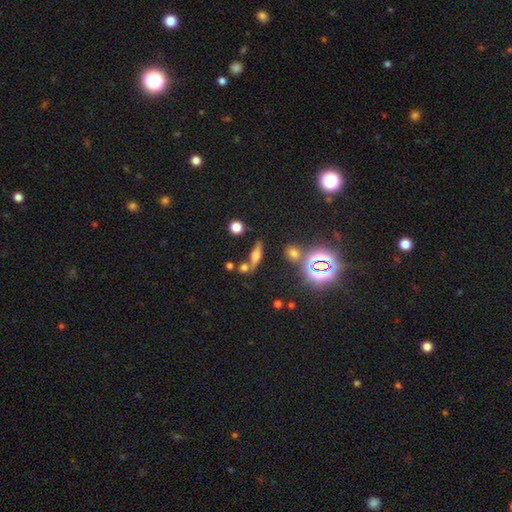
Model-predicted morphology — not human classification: The model was most divided on "smooth or featured": smooth: 49%, featured or disk: 29%, star or artifact: 23%. More confident: merging — none (54%).